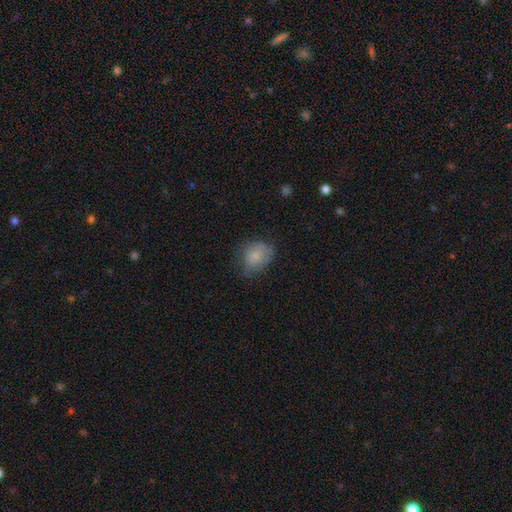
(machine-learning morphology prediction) smooth-or-featured: smooth: 77% | featured or disk: 14% | star or artifact: 9%
  how-rounded: round: 52% | in between: 47% | cigar-shaped: 1%
  merging: none: 56% | minor disturbance: 31% | major disturbance: 12% | merger: 2%